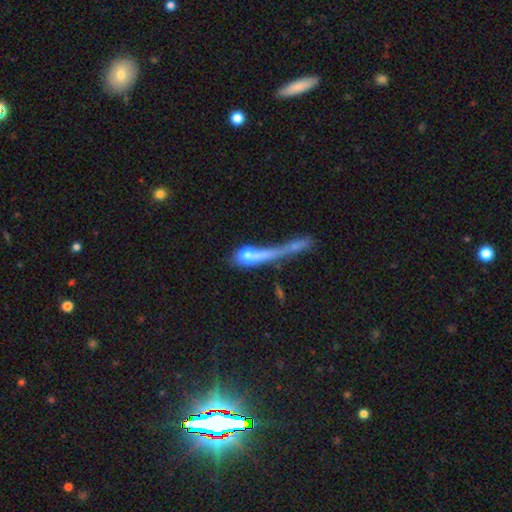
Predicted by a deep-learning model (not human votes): This appears to be a smooth galaxy with no disk features (55%) that is in between round and cigar-shaped (36%). Merging: major disturbance (34%).